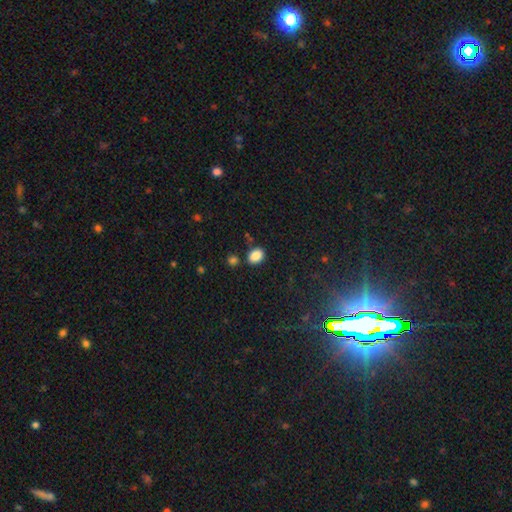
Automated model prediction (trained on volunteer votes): This appears to be a smooth galaxy with no disk features (87%) that is in between round and cigar-shaped (69%). Merging: none (79%).